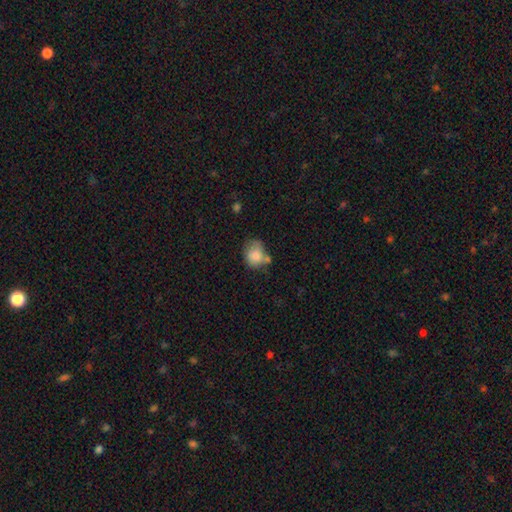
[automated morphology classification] This is likely a smooth galaxy (78%). How rounded: likely round (62%). Merging: marginally none (44%).